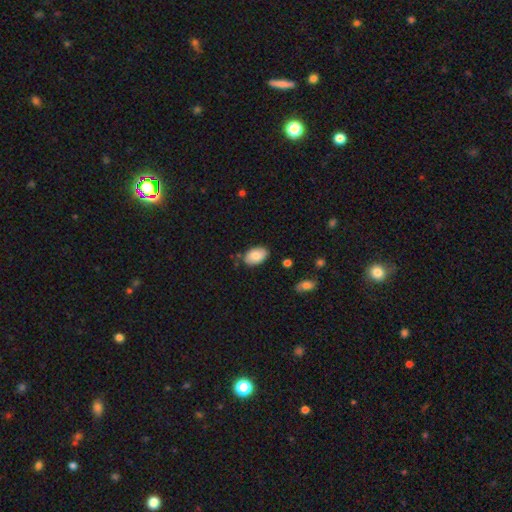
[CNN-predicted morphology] type=smooth (83%); roundness=in between (92%); merging=none (76%).